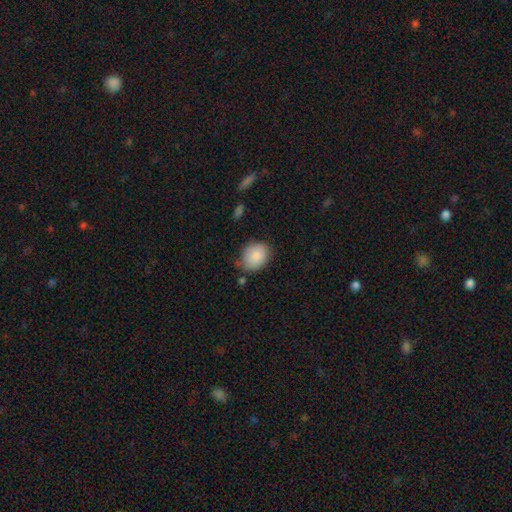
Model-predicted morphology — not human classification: This appears to be a smooth galaxy with no disk features (86%) that is round (55%). Merging: none (68%).